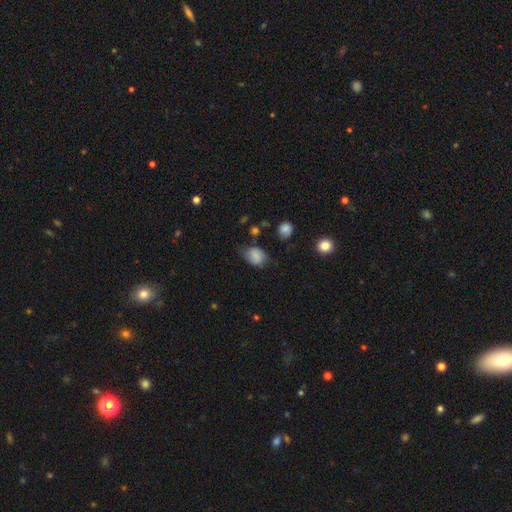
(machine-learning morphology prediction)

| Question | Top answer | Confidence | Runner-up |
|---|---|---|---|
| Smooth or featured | smooth | 78% | featured or disk (13%) |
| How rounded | in between | 66% | round (33%) |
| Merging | none | 63% | minor disturbance (27%) |